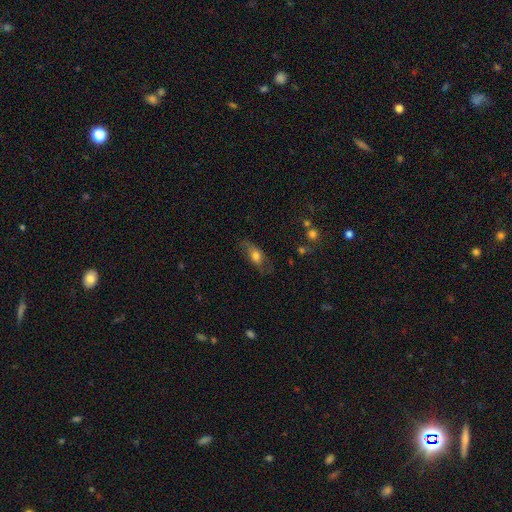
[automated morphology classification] smooth 62%, featured or disk 29%, star or artifact 9%. Down the decision tree: how rounded — in between (78%); merging — none (59%).